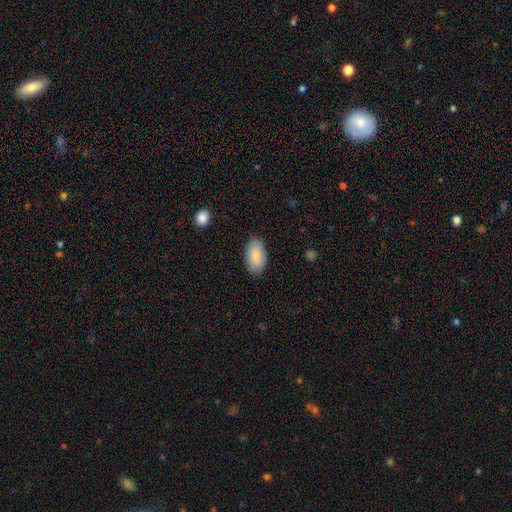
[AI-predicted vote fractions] A smooth galaxy with no disk features (83%) that is in between round and cigar-shaped (95%).

Vote fractions:
- Smooth or featured? smooth: 83% / featured or disk: 11% / star or artifact: 6%
- How rounded? in between: 95% / round: 4% / cigar-shaped: 2%
- Merging? none: 86% / minor disturbance: 11% / major disturbance: 2% / merger: 1%